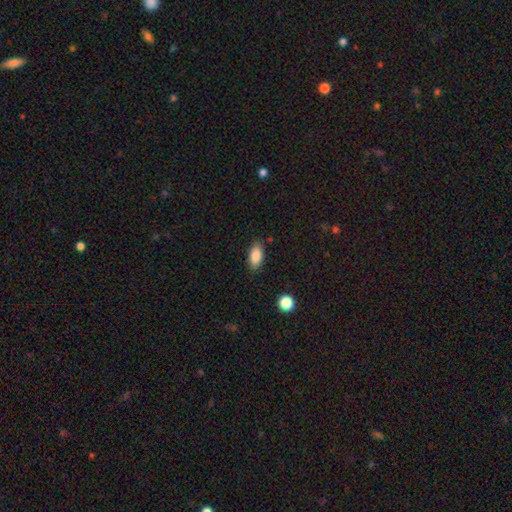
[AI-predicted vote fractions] smooth 85%, star or artifact 8%, featured or disk 7%. Down the decision tree: how rounded — in between (89%); merging — none (85%).